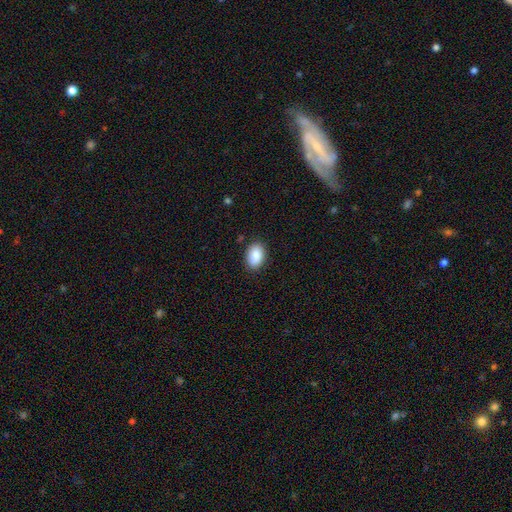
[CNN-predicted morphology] Smooth or featured? Predicted: smooth (p=0.89). How rounded? Predicted: in between (p=0.88). Merging? Predicted: none (p=0.87).